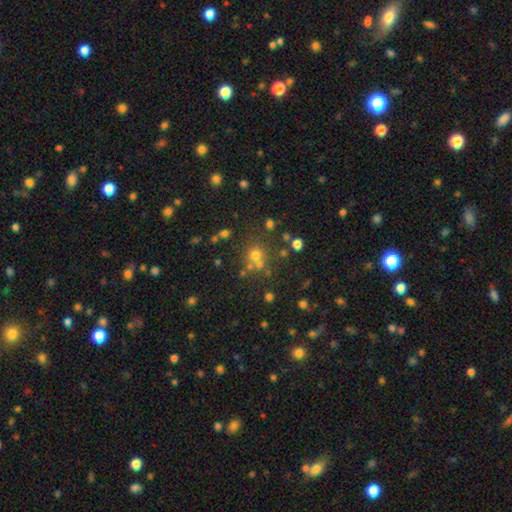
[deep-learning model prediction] Smooth or featured? Predicted: smooth (p=0.61). How rounded? Predicted: round (p=0.89). Merging? Predicted: none (p=0.63).